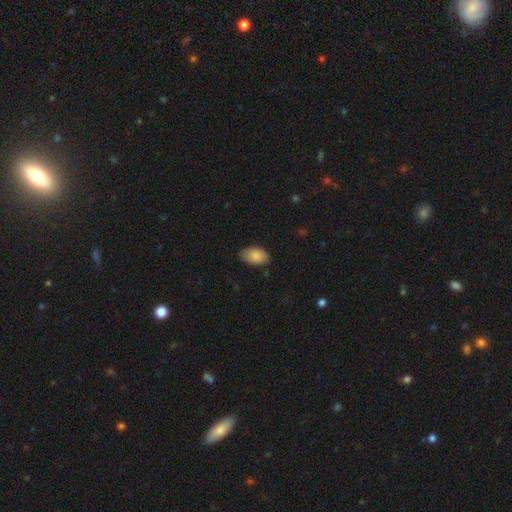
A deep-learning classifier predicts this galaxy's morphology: This is clearly a smooth galaxy (88%). How rounded: clearly in between (94%). Merging: likely none (80%).